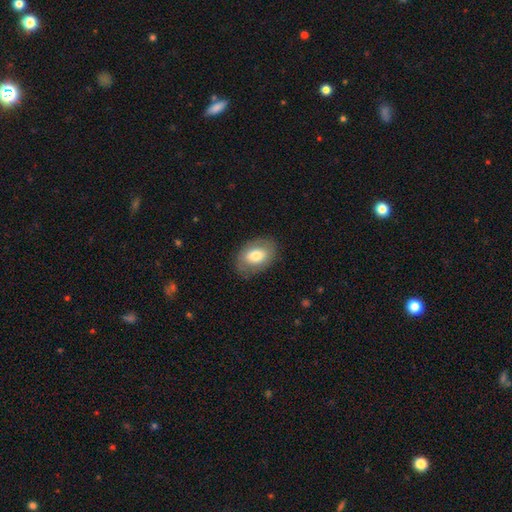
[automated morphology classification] A smooth galaxy with no disk features (72%) that is in between round and cigar-shaped (83%).

Vote fractions:
- Smooth or featured? smooth: 72% / featured or disk: 21% / star or artifact: 7%
- How rounded? in between: 83% / round: 16% / cigar-shaped: 1%
- Merging? none: 82% / minor disturbance: 13% / major disturbance: 4% / merger: 1%